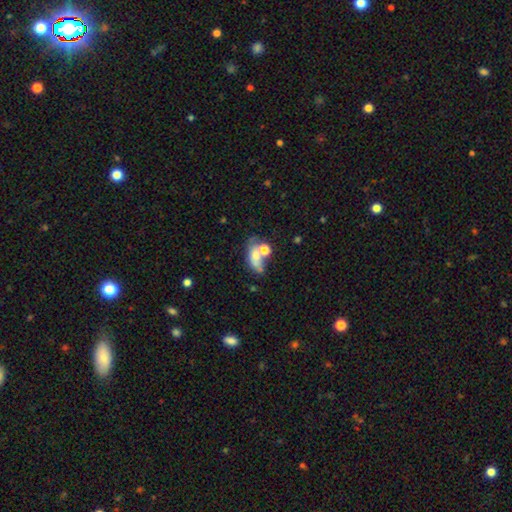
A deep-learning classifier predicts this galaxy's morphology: Smooth or featured? smooth (54%)
How rounded? in between (77%)
Merging? merger (42%)